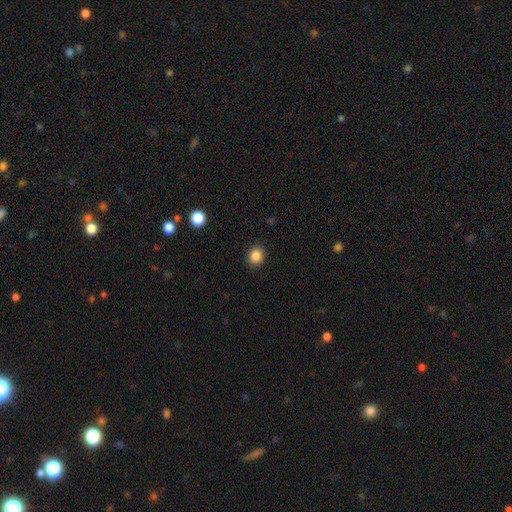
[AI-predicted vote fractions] Morphology: type=smooth (86%); roundness=round (78%); merging=none (90%).